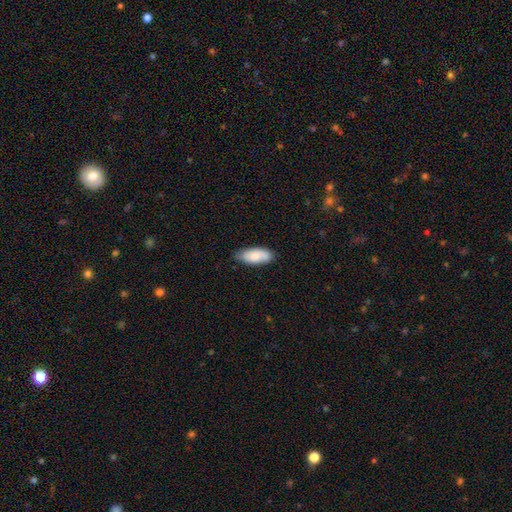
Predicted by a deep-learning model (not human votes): Q: Smooth or featured?
A: smooth (80%); runner-up: featured or disk (15%)
Q: How rounded?
A: in between (85%); runner-up: cigar-shaped (13%)
Q: Merging?
A: none (78%); runner-up: minor disturbance (18%)